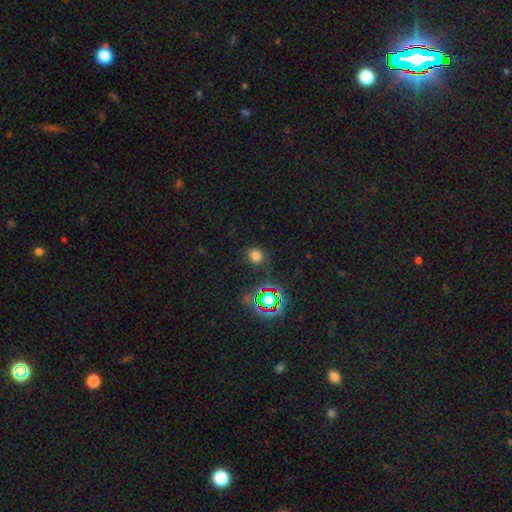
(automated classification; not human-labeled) smooth_or_featured: smooth (p=0.71) [alt: star or artifact p=0.24]
how_rounded: round (p=0.79) [alt: in between p=0.20]
merging: none (p=0.85) [alt: minor disturbance p=0.09]